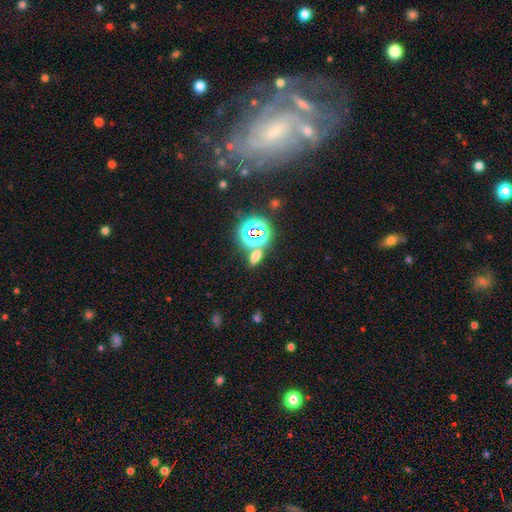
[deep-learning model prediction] Smooth or featured? Predicted: smooth (p=0.51). How rounded? Predicted: in between (p=0.69). Merging? Predicted: none (p=0.67).